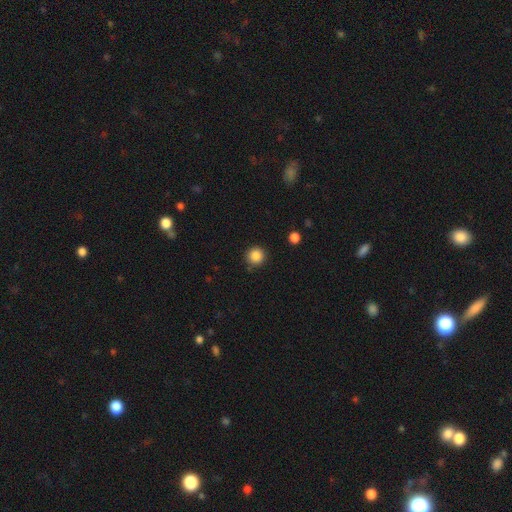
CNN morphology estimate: This appears to be a smooth galaxy with no disk features (86%) that is round (95%). Merging: none (86%).